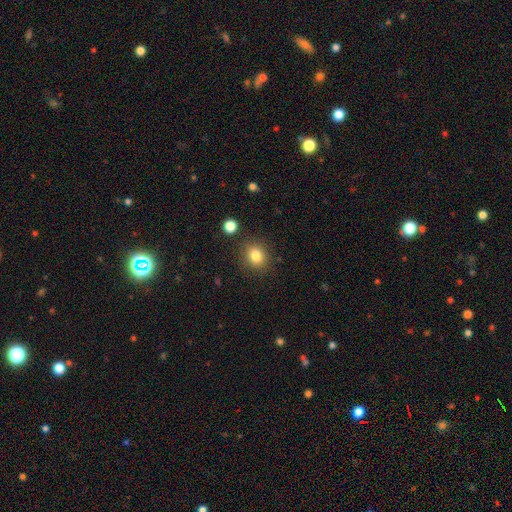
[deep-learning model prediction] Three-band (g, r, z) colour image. It shows a smooth galaxy with no disk features (83%) that is round (76%). Merging: none (86%).